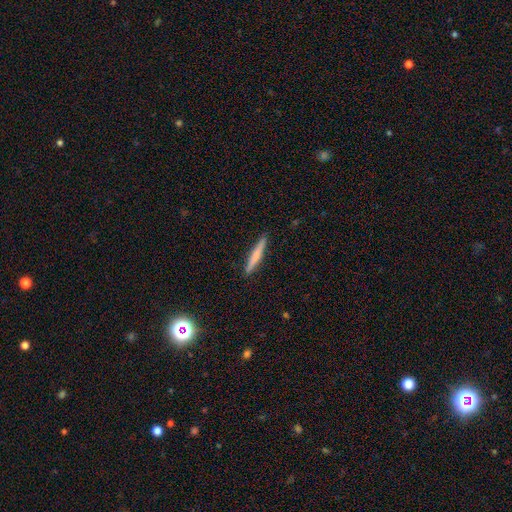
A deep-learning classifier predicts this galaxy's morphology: This appears to be a smooth galaxy with no disk features (58%) that is cigar-shaped (95%). Merging: none (91%).